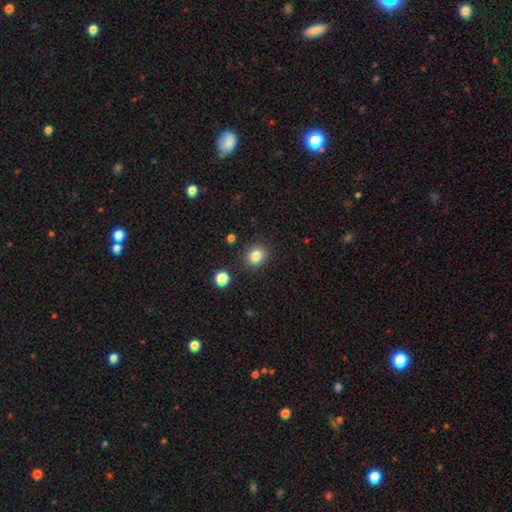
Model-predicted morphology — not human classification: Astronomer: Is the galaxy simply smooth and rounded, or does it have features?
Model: smooth — 83%.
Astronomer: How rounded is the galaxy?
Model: round — 73%.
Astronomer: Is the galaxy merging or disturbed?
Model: none — 88%.